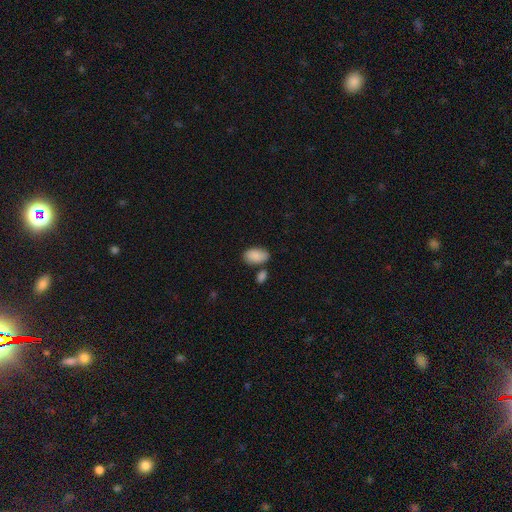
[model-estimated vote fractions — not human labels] smooth_or_featured: smooth (p=0.88) [alt: star or artifact p=0.07]
how_rounded: in between (p=0.93) [alt: round p=0.05]
merging: none (p=0.65) [alt: minor disturbance p=0.16]